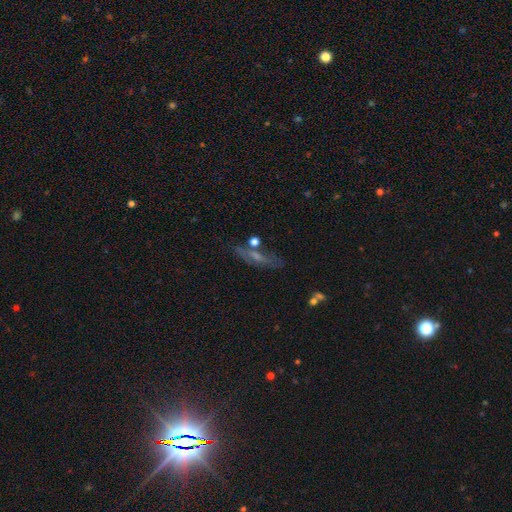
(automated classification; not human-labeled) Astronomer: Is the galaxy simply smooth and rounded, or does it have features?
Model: featured or disk — 45% (runner-up: smooth, 35%).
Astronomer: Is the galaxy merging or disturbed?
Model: none — 72%.